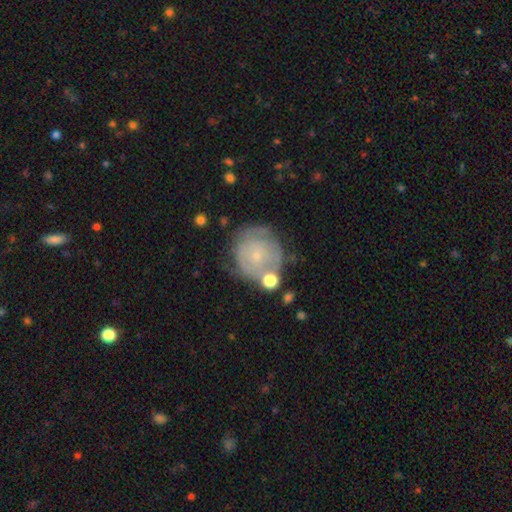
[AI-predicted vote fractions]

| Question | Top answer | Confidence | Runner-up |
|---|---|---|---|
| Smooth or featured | featured or disk | 60% | smooth (32%) |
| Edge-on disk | no | 97% | yes (3%) |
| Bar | no | 83% | weak (15%) |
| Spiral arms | yes | 72% | no (28%) |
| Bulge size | small | 81% | moderate (12%) |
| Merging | none | 58% | minor disturbance (22%) |